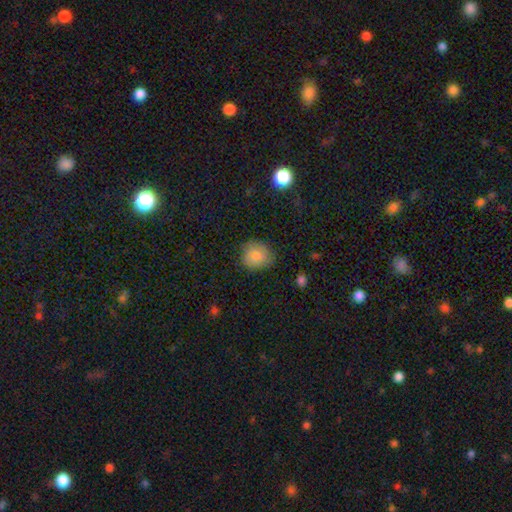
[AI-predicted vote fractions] smooth_or_featured: smooth (p=0.83) [alt: star or artifact p=0.09]
how_rounded: round (p=0.79) [alt: in between p=0.20]
merging: none (p=0.79) [alt: minor disturbance p=0.16]